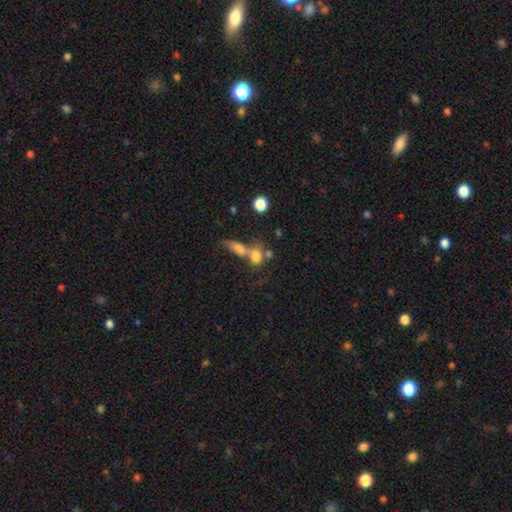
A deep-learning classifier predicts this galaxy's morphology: A smooth galaxy with no disk features (70%) that is round (48%).

Vote fractions:
- Smooth or featured? smooth: 70% / featured or disk: 17% / star or artifact: 13%
- How rounded? round: 48% / in between: 44% / cigar-shaped: 8%
- Merging? merger: 54% / none: 29% / minor disturbance: 9% / major disturbance: 8%